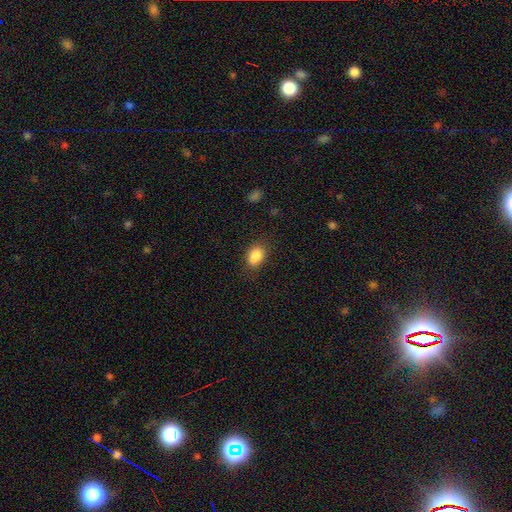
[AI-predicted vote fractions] The model was most divided on "how rounded": in between: 78%, round: 20%, cigar-shaped: 1%. More confident: smooth or featured — smooth (86%); merging — none (81%).